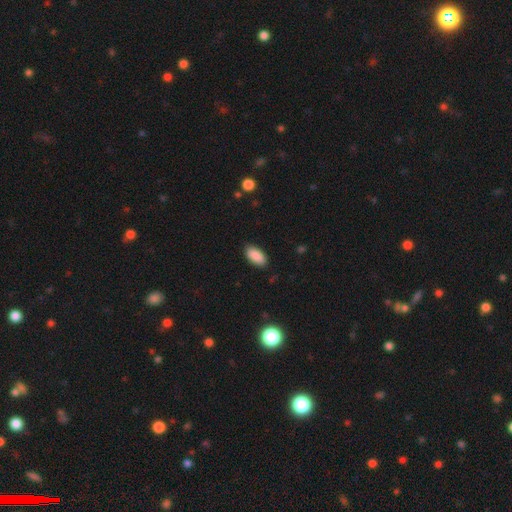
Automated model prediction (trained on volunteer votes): This is clearly a smooth galaxy (89%). How rounded: clearly in between (93%). Merging: clearly none (87%).